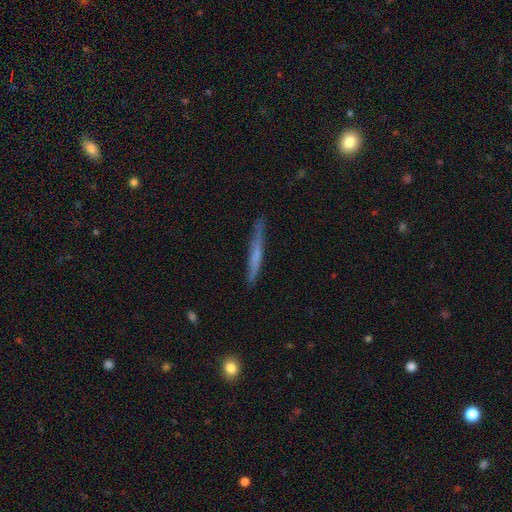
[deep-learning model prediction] smooth_or_featured: smooth (p=0.52) [alt: featured or disk p=0.42]
how_rounded: cigar-shaped (p=0.96) [alt: in between p=0.02]
merging: none (p=0.88) [alt: minor disturbance p=0.09]